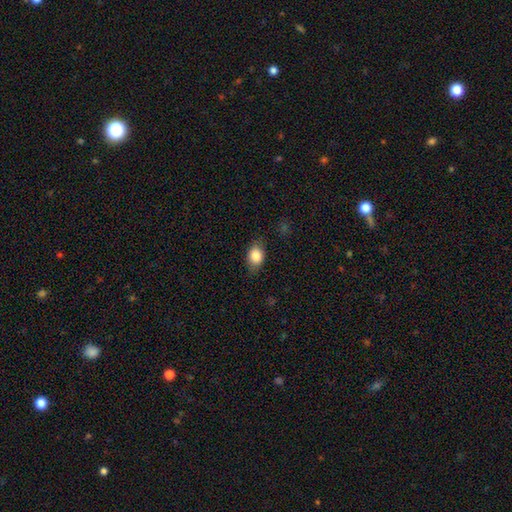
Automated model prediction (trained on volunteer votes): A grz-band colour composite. It shows a smooth galaxy with no disk features (85%) that is in between round and cigar-shaped (75%). Merging: none (78%).